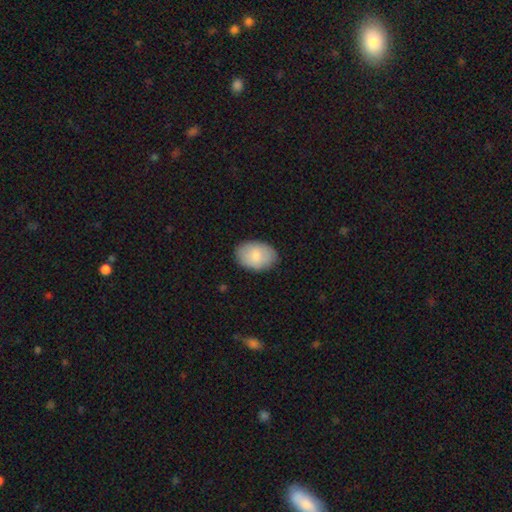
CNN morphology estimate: Q: Smooth or featured?
A: smooth (81%); runner-up: featured or disk (13%)
Q: How rounded?
A: in between (86%); runner-up: round (13%)
Q: Merging?
A: none (85%); runner-up: minor disturbance (12%)